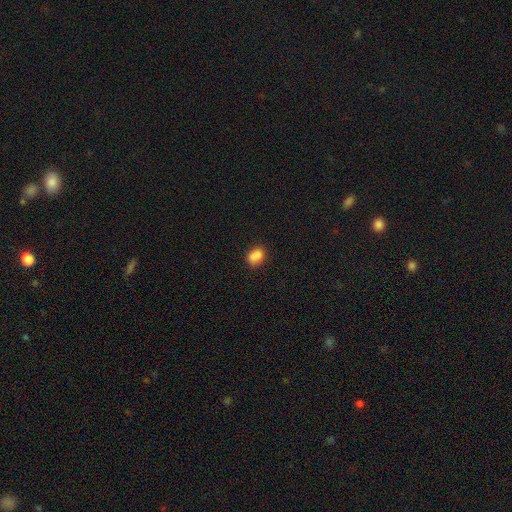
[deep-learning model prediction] The model was most divided on "merging": none: 49%, merger: 29%, minor disturbance: 17%, major disturbance: 5%. More confident: smooth or featured — smooth (79%); how rounded — in between (60%).